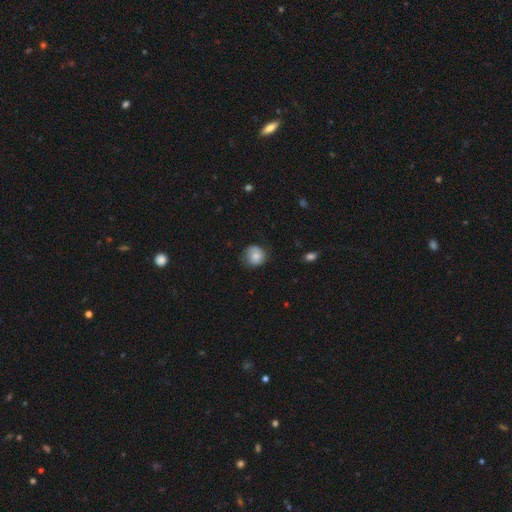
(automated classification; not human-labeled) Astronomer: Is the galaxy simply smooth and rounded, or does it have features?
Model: smooth — 75%.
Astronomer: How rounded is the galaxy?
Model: round — 85%.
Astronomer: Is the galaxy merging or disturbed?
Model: none — 66%.